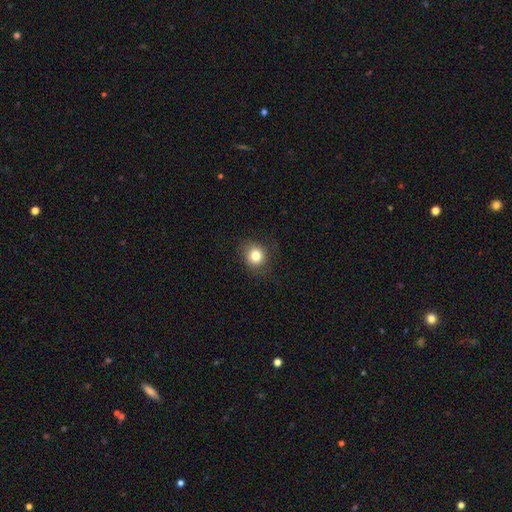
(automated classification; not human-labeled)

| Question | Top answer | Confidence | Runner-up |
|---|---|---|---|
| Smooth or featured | smooth | 81% | star or artifact (11%) |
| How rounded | round | 77% | in between (22%) |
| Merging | none | 83% | minor disturbance (12%) |